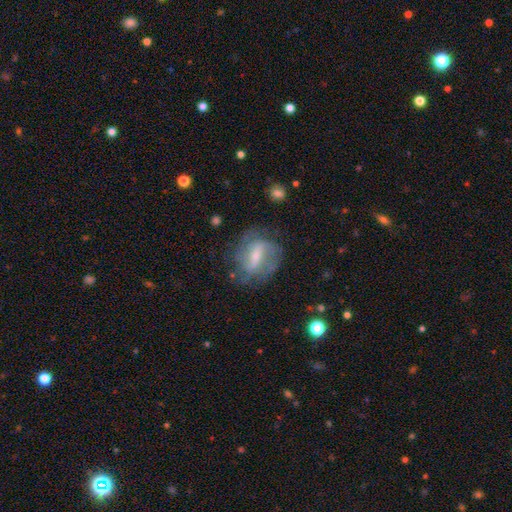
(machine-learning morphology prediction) This appears to be a featured or disk galaxy (66%) with a weak bar (44%), spiral arms (78%) and a moderate central bulge (38%). Merging: none (60%).